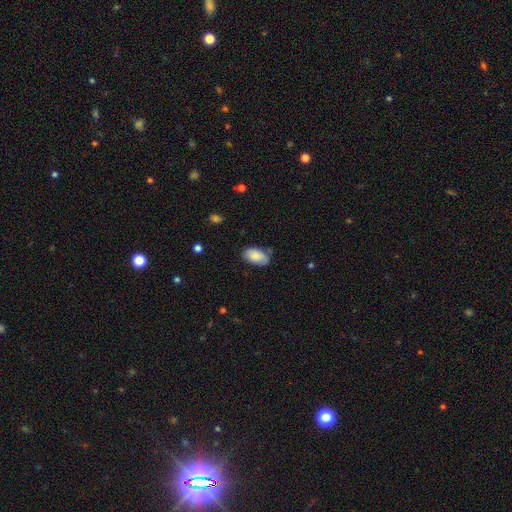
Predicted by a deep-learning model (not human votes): smooth-or-featured: smooth: 85% | featured or disk: 9% | star or artifact: 7%
  how-rounded: in between: 95% | round: 4% | cigar-shaped: 2%
  merging: none: 69% | minor disturbance: 23% | major disturbance: 4% | merger: 3%